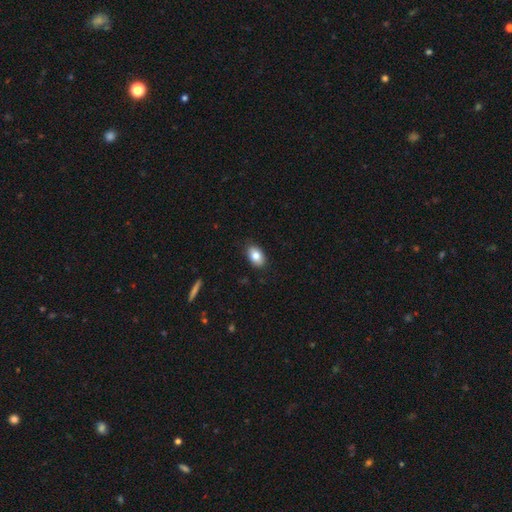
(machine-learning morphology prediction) The model was most divided on "smooth or featured": smooth: 82%, featured or disk: 10%, star or artifact: 8%. More confident: how rounded — in between (89%); merging — none (87%).